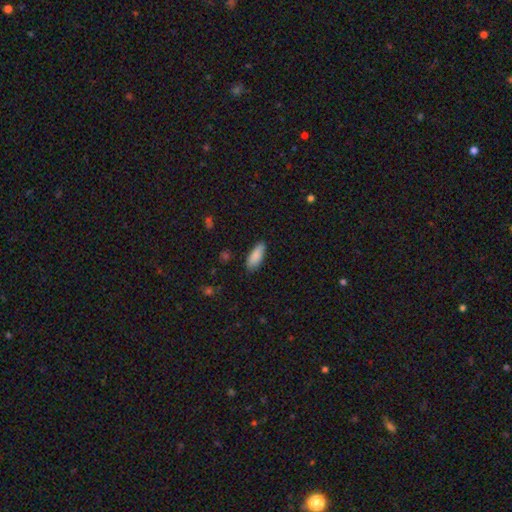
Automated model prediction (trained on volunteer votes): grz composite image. It shows a smooth galaxy with no disk features (89%) that is in between round and cigar-shaped (71%). Merging: none (85%).